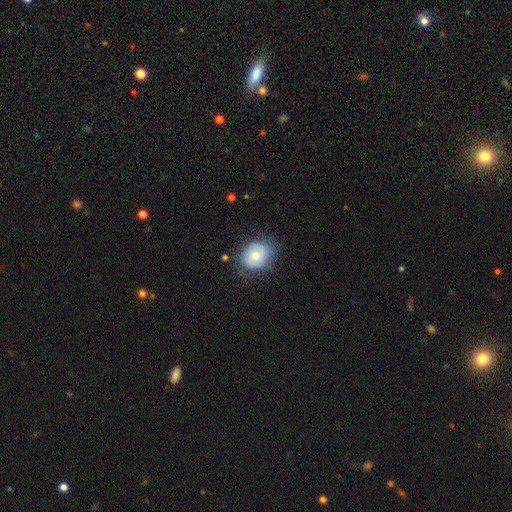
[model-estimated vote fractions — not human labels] Q: Smooth or featured?
A: smooth (57%); runner-up: featured or disk (35%)
Q: How rounded?
A: round (65%); runner-up: in between (34%)
Q: Merging?
A: none (68%); runner-up: minor disturbance (22%)